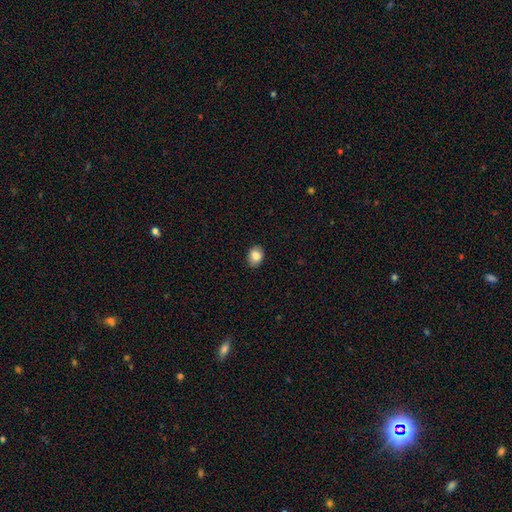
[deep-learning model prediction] Smooth or featured?
  - smooth: 85% *
  - star or artifact: 8%
  - featured or disk: 7%
How rounded?
  - in between: 64% *
  - round: 35%
  - cigar-shaped: 1%
Merging?
  - none: 88% *
  - minor disturbance: 9%
  - major disturbance: 2%
  - merger: 1%